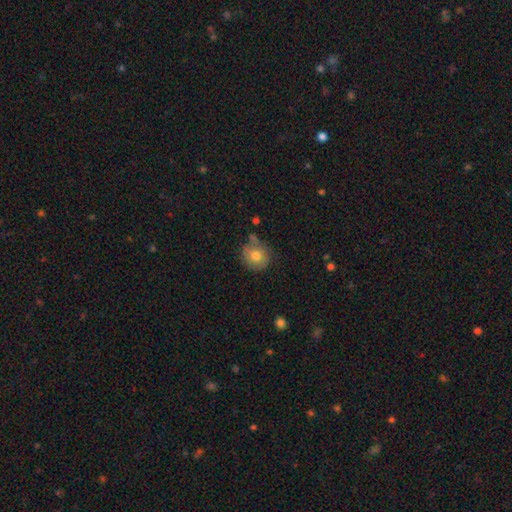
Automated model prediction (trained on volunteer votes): This appears to be a smooth galaxy with no disk features (75%) that is round (89%). Merging: none (69%).